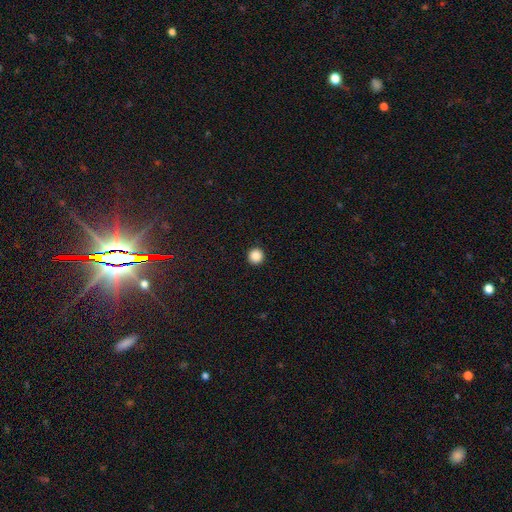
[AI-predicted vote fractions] This appears to be a smooth galaxy with no disk features (87%) that is round (96%). Merging: none (94%).